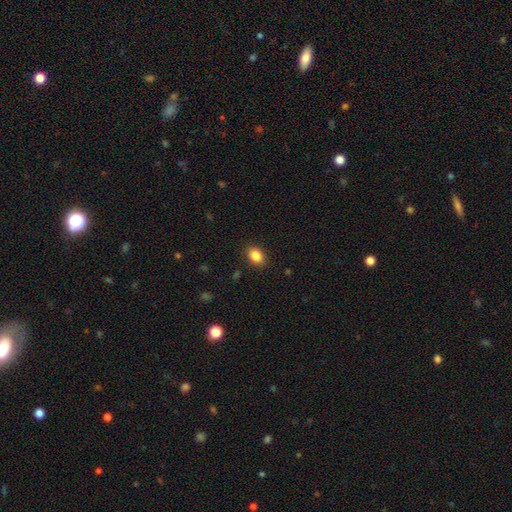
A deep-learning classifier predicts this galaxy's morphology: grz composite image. It shows a smooth galaxy with no disk features (86%) that is in between round and cigar-shaped (70%). Merging: none (89%).